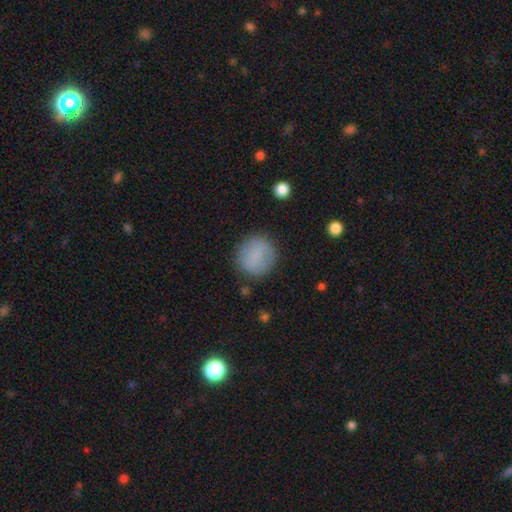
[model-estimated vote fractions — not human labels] smooth_or_featured: smooth (p=0.79) [alt: featured or disk p=0.13]
how_rounded: round (p=0.88) [alt: in between p=0.11]
merging: none (p=0.85) [alt: minor disturbance p=0.10]